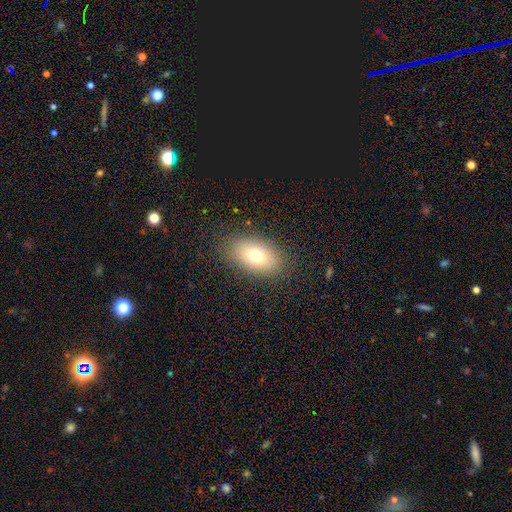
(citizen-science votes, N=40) Smooth or featured: smooth — 80% (featured or disk — 15%)
How rounded: in between — 84% (round — 16%)
Merging: none — 82% (minor disturbance — 16%)